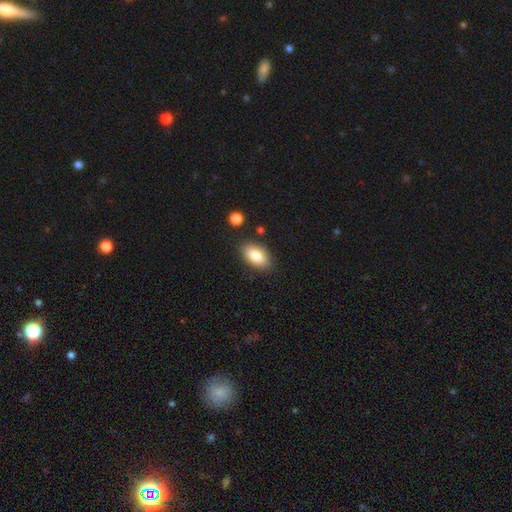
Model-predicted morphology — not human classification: Smooth or featured? smooth (83%)
How rounded? in between (92%)
Merging? none (84%)